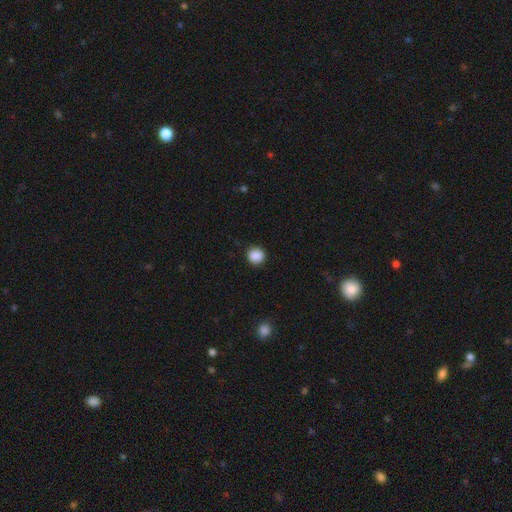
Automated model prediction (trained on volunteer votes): Smooth or featured? smooth (89%)
How rounded? round (89%)
Merging? none (90%)